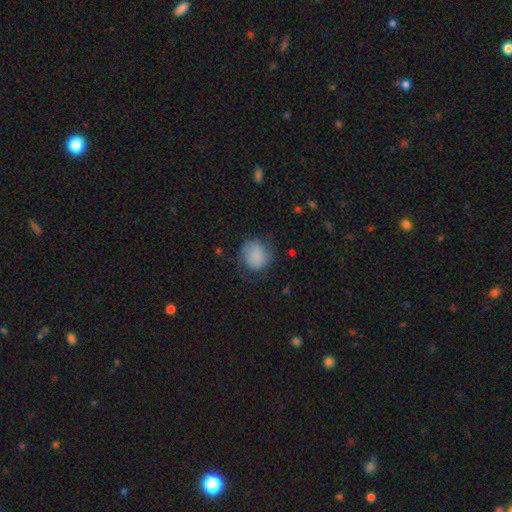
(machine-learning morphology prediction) smooth_or_featured: smooth (p=0.76) [alt: featured or disk p=0.16]
how_rounded: round (p=0.81) [alt: in between p=0.18]
merging: none (p=0.66) [alt: minor disturbance p=0.22]